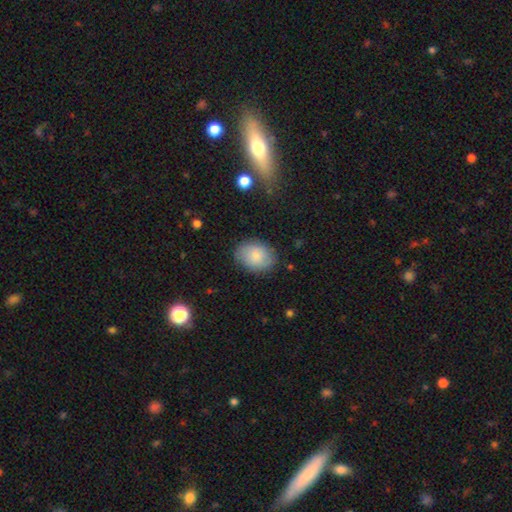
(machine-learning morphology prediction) Smooth or featured?
  - smooth: 82% *
  - featured or disk: 11%
  - star or artifact: 7%
How rounded?
  - in between: 66% *
  - round: 33%
  - cigar-shaped: 1%
Merging?
  - none: 83% *
  - minor disturbance: 13%
  - major disturbance: 4%
  - merger: 1%